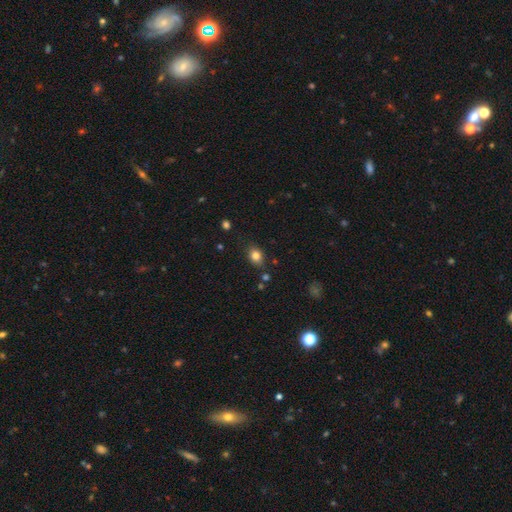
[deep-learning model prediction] Smooth or featured? smooth (82%)
How rounded? in between (63%)
Merging? none (79%)